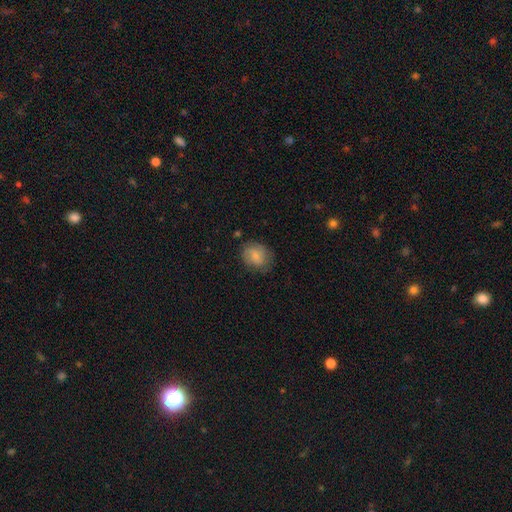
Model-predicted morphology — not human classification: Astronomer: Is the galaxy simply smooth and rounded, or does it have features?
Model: smooth — 72%.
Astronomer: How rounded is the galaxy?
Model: round — 58% (runner-up: in between, 41%).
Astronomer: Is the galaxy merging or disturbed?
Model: none — 72%.